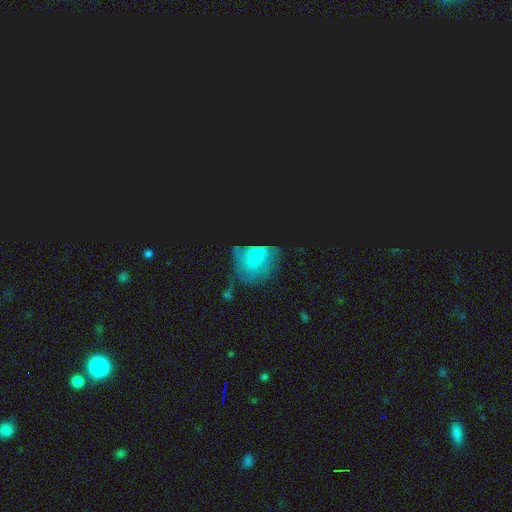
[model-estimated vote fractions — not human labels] Morphology: type=star or artifact (44%).